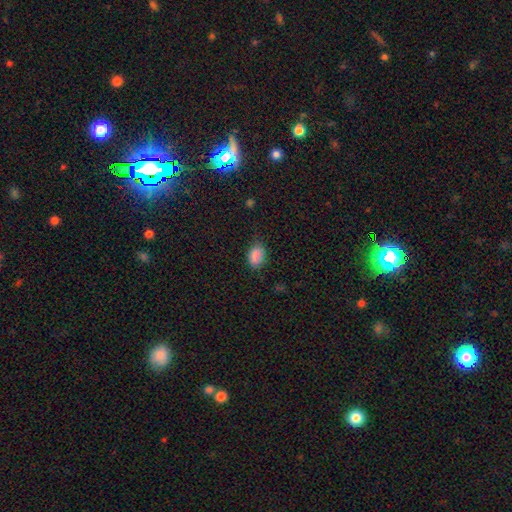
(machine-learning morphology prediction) A smooth galaxy with no disk features (85%) that is in between round and cigar-shaped (82%). Merging: none (68%).